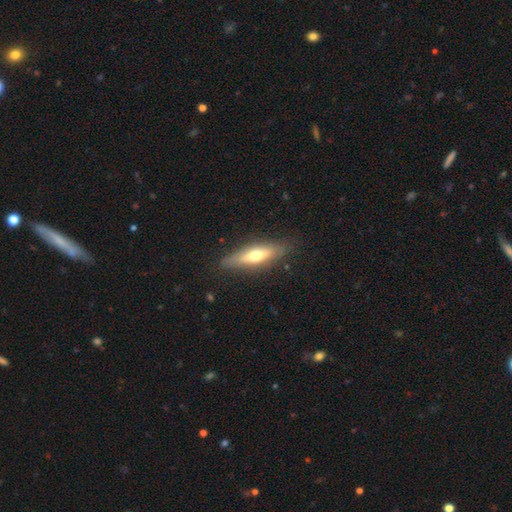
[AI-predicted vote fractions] Smooth or featured?
  - smooth: 51% *
  - featured or disk: 43%
  - star or artifact: 6%
How rounded?
  - cigar-shaped: 62% *
  - in between: 35%
  - round: 2%
Merging?
  - none: 83% *
  - minor disturbance: 12%
  - major disturbance: 3%
  - merger: 1%